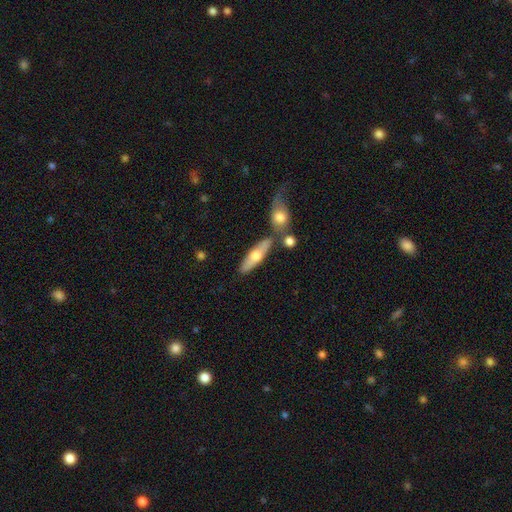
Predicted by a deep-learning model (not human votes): The model was most divided on "smooth or featured": smooth: 52%, featured or disk: 42%, star or artifact: 6%. More confident: merging — none (65%); how rounded — cigar-shaped (58%).